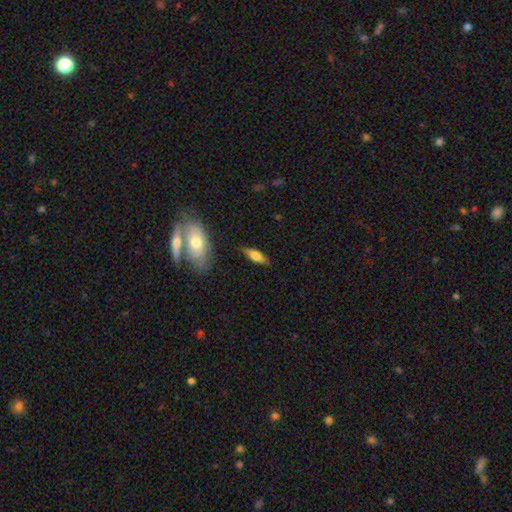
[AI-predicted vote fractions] Smooth or featured?
  - smooth: 66% *
  - featured or disk: 27%
  - star or artifact: 7%
How rounded?
  - in between: 52% *
  - cigar-shaped: 45%
  - round: 3%
Merging?
  - none: 79% *
  - minor disturbance: 15%
  - major disturbance: 4%
  - merger: 2%